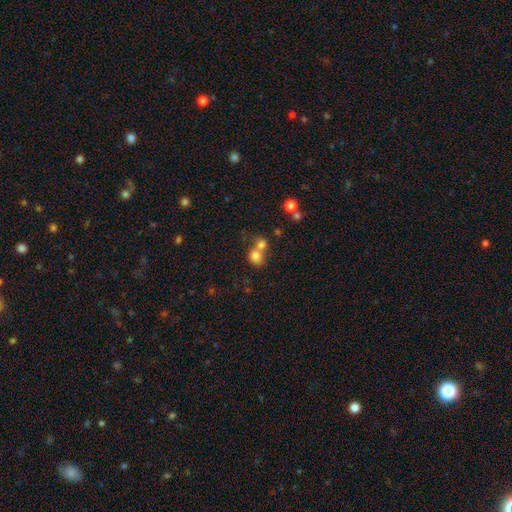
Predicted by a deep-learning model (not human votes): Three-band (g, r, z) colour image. It shows a smooth galaxy with no disk features (77%) that is round (75%). Merging: merger (54%).